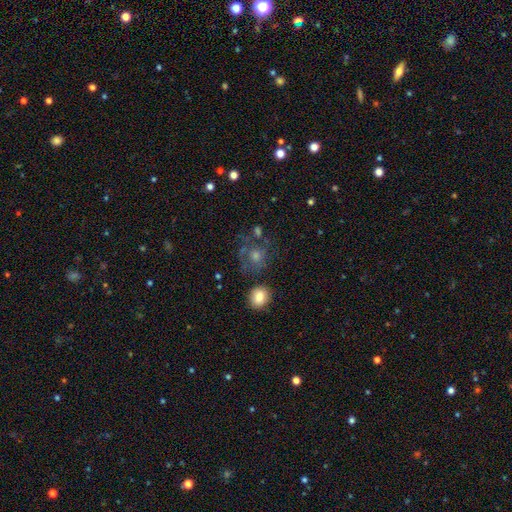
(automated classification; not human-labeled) Smooth or featured?
  - featured or disk: 42% *
  - smooth: 35%
  - star or artifact: 23%
Merging?
  - none: 59% *
  - major disturbance: 17%
  - minor disturbance: 16%
  - merger: 9%